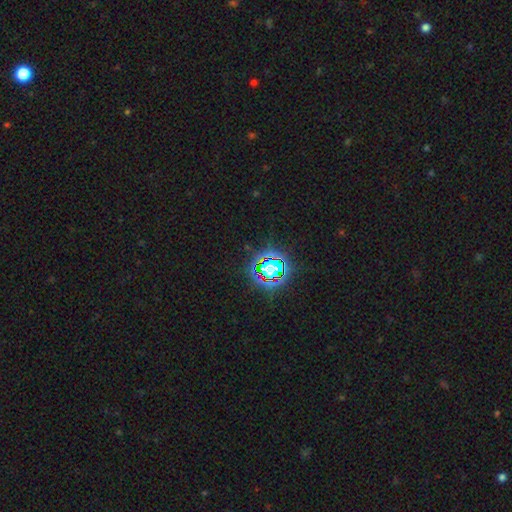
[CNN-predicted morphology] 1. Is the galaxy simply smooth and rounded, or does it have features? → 79% star or artifact, 14% smooth, 8% featured or disk.